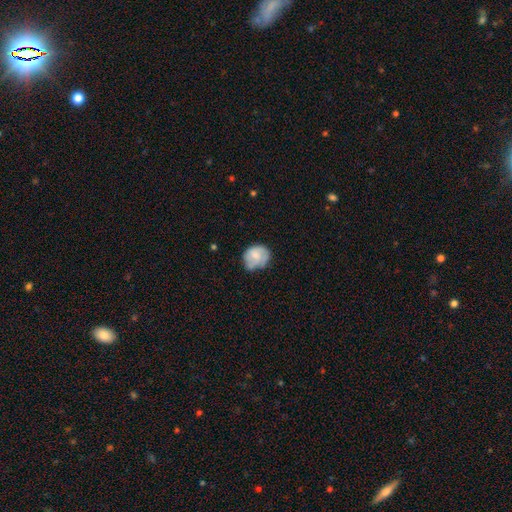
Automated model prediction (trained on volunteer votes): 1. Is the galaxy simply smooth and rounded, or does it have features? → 61% smooth, 32% featured or disk, 7% star or artifact.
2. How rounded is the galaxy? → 58% round, 41% in between, 1% cigar-shaped.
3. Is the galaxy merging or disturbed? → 50% none, 35% minor disturbance, 12% major disturbance, 3% merger.